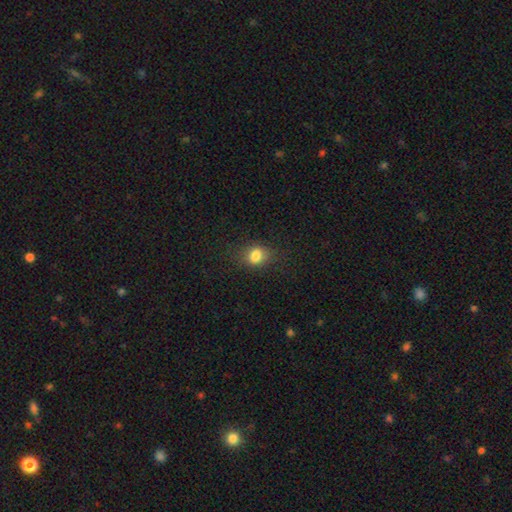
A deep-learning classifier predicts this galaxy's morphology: A smooth galaxy with no disk features (80%) that is in between round and cigar-shaped (53%). Merging: none (79%).